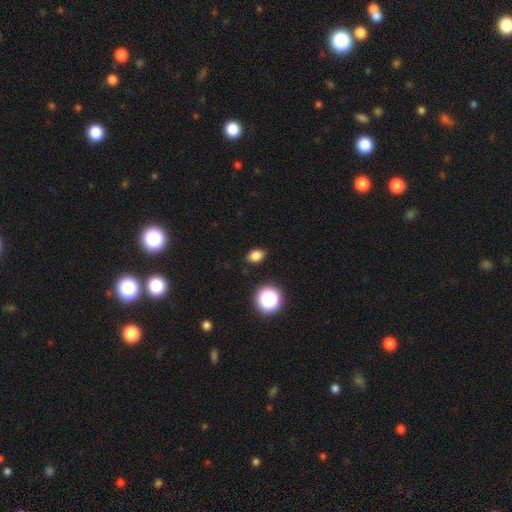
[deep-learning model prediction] The model was most divided on "how rounded": in between: 73%, round: 26%, cigar-shaped: 1%. More confident: merging — none (89%); smooth or featured — smooth (81%).